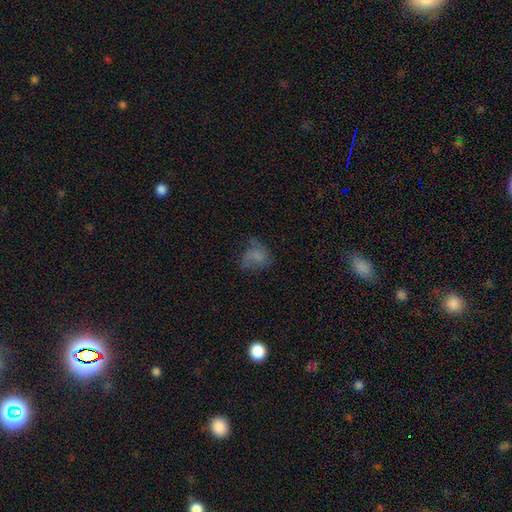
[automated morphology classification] This is possibly a smooth galaxy (57%). How rounded: possibly in between (51%). Merging: marginally none (42%).